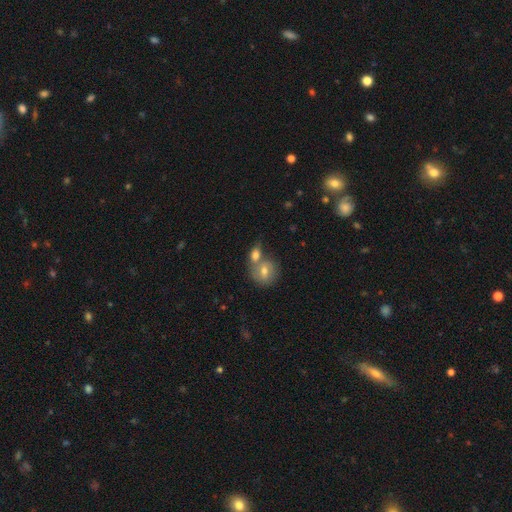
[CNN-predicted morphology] A smooth galaxy with no disk features (71%) that is in between round and cigar-shaped (54%).

Vote fractions:
- Smooth or featured? smooth: 71% / featured or disk: 20% / star or artifact: 9%
- How rounded? in between: 54% / round: 42% / cigar-shaped: 4%
- Merging? merger: 55% / none: 32% / minor disturbance: 9% / major disturbance: 4%